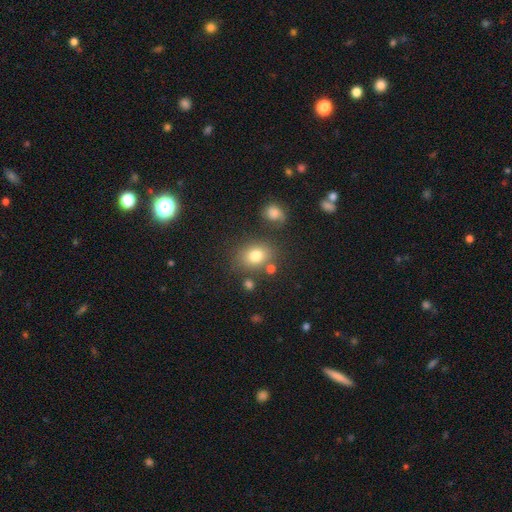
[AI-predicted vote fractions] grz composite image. It shows a smooth galaxy with no disk features (78%) that is in between round and cigar-shaped (54%). Merging: none (75%).